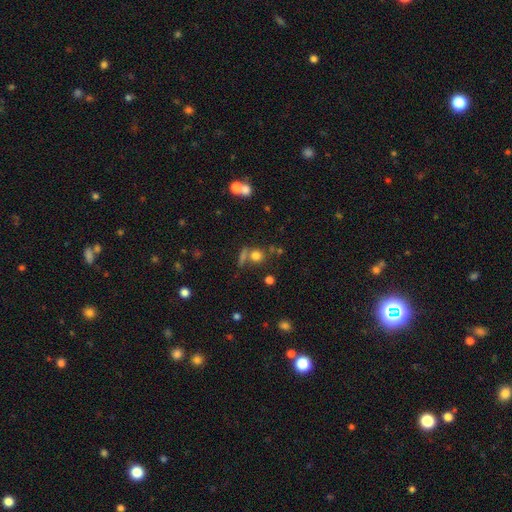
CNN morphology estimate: This appears to be a smooth galaxy with no disk features (74%) that is round (87%). Merging: none (62%).